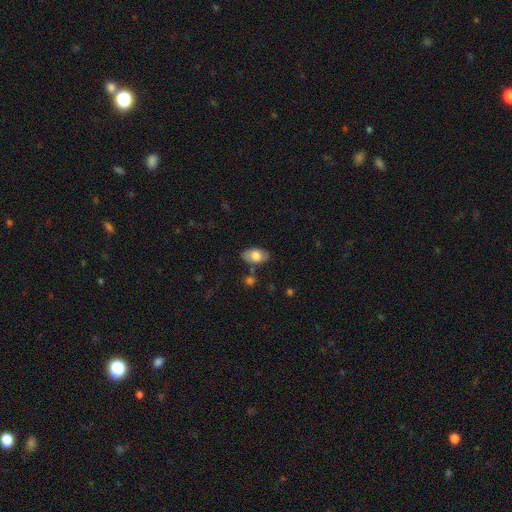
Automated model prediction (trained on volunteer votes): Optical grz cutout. It shows a smooth galaxy with no disk features (73%) that is in between round and cigar-shaped (92%). Merging: none (76%).